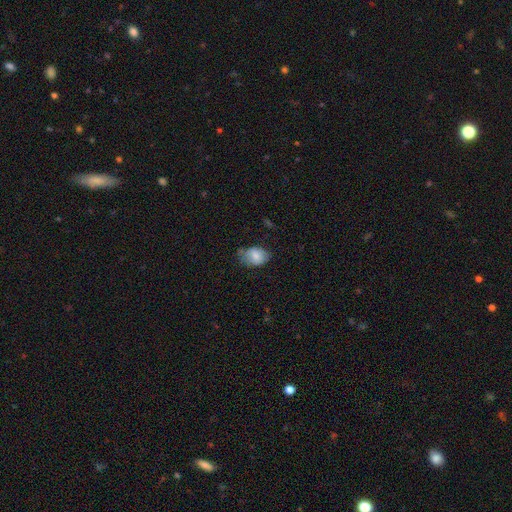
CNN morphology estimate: smooth-or-featured: smooth: 70% | featured or disk: 22% | star or artifact: 8%
  how-rounded: in between: 79% | round: 20% | cigar-shaped: 1%
  merging: none: 52% | minor disturbance: 34% | major disturbance: 11% | merger: 3%